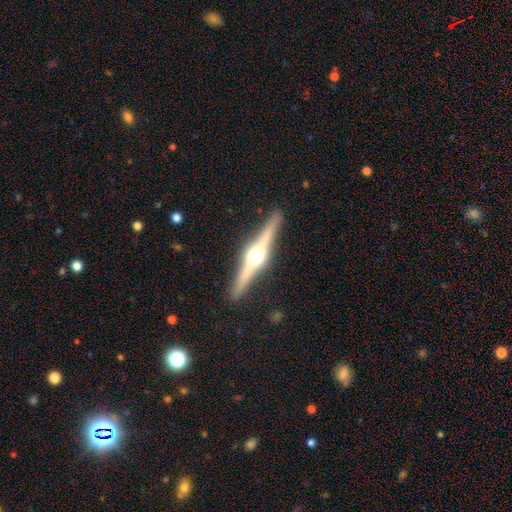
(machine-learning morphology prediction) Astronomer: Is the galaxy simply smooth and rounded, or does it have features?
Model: featured or disk — 83%.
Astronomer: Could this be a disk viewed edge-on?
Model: yes — 98%.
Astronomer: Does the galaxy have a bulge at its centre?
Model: rounded — 95%.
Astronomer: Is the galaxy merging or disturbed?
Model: none — 91%.